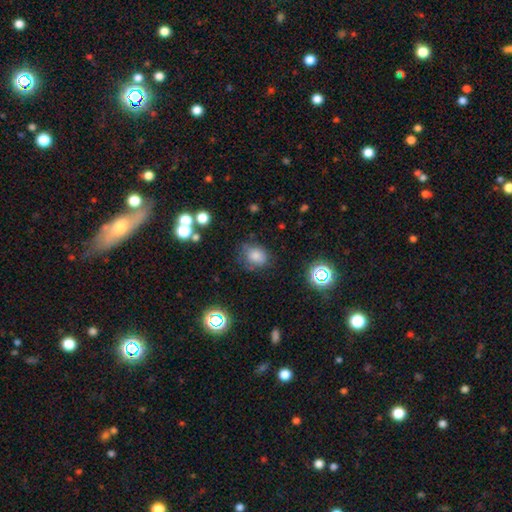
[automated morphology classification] This is likely a smooth galaxy (73%). How rounded: possibly round (58%). Merging: likely none (65%).